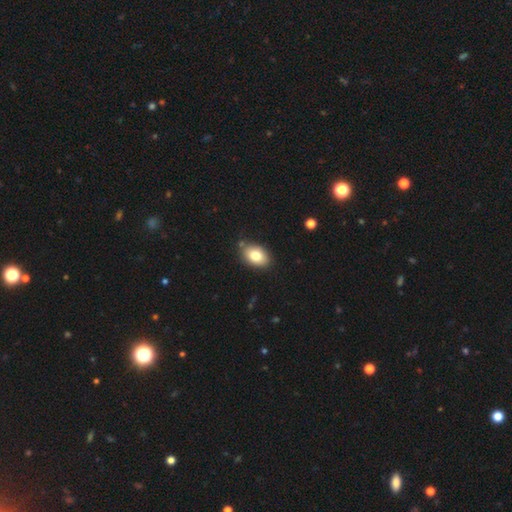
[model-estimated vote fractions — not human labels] A smooth galaxy with no disk features (79%) that is in between round and cigar-shaped (85%). Merging: none (80%).